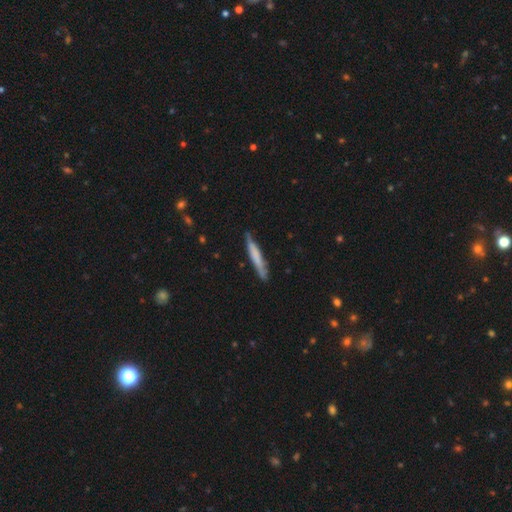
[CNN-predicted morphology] A smooth galaxy with no disk features (59%) that is cigar-shaped (95%).

Vote fractions:
- Smooth or featured? smooth: 59% / featured or disk: 36% / star or artifact: 6%
- How rounded? cigar-shaped: 95% / in between: 4% / round: 1%
- Merging? none: 81% / minor disturbance: 14% / major disturbance: 2% / merger: 2%